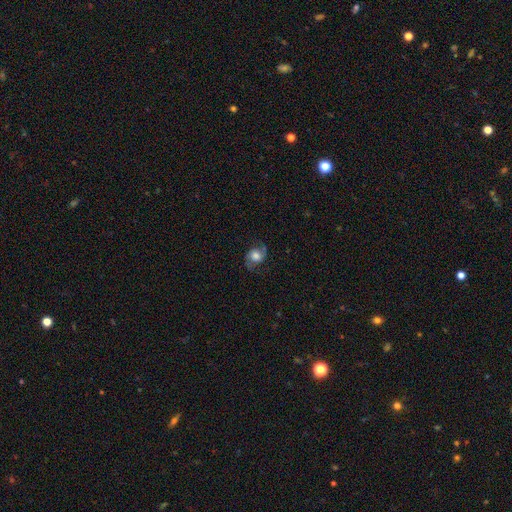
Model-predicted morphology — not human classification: A featured or disk galaxy (54%) with no bar (68%), spiral arms (89%) and a large central bulge (43%). Merging: none (70%).